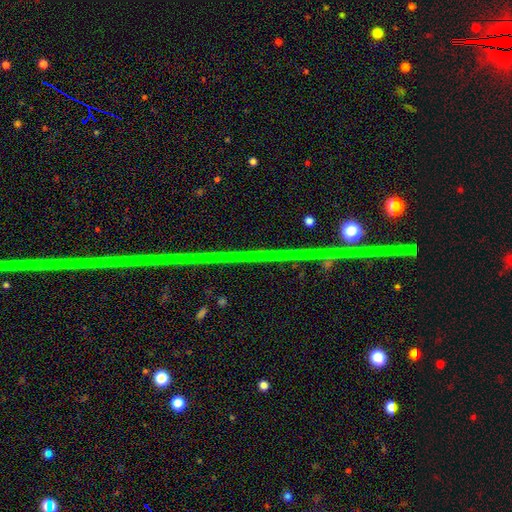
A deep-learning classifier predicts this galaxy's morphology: This is clearly a star or artifact rather than a galaxy (84%).